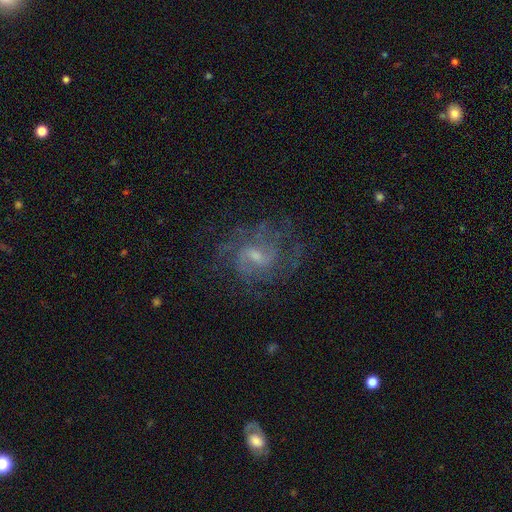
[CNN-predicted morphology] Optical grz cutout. It shows a featured or disk galaxy (78%) with a weak bar (57%), 2 (34%) medium (47%) spiral arms (91%) and a small central bulge (52%). Merging: none (67%).